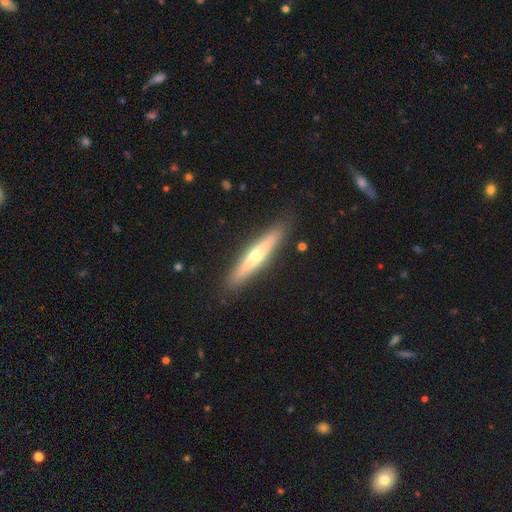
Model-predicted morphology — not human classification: smooth-or-featured: featured or disk: 56% | smooth: 38% | star or artifact: 6%
  disk-edge-on: yes: 93% | no: 7%
    edge-on-bulge: rounded: 80% | none: 17% | boxy: 4%
  merging: none: 88% | minor disturbance: 9% | major disturbance: 2% | merger: 1%